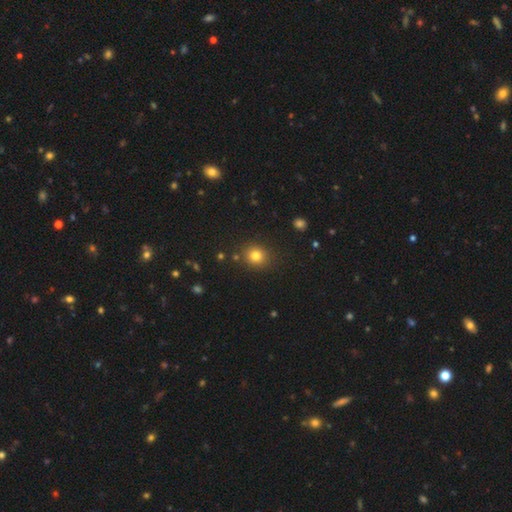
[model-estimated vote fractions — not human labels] Q: Smooth or featured?
A: smooth (79%); runner-up: star or artifact (14%)
Q: How rounded?
A: round (83%); runner-up: in between (16%)
Q: Merging?
A: none (86%); runner-up: minor disturbance (8%)